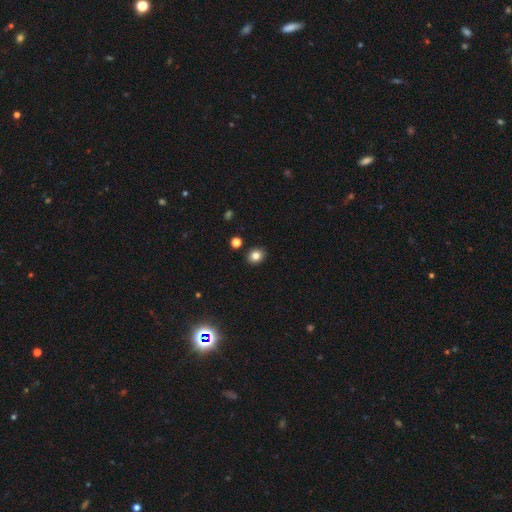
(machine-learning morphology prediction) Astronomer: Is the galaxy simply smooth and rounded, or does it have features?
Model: smooth — 83%.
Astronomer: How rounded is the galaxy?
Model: round — 63%.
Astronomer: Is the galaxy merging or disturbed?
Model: none — 89%.